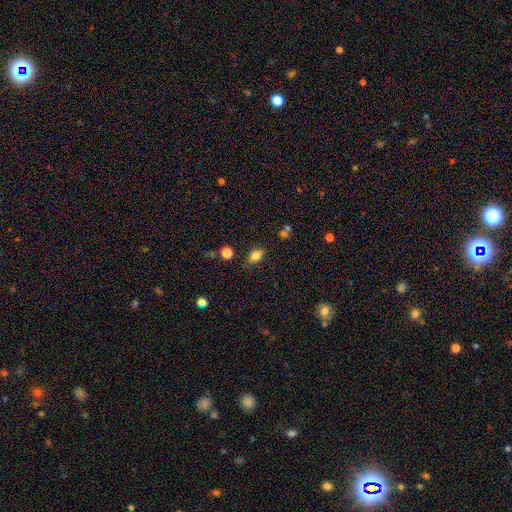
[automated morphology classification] Smooth or featured: smooth — 83% (star or artifact — 11%)
How rounded: in between — 71% (round — 28%)
Merging: none — 79% (minor disturbance — 14%)